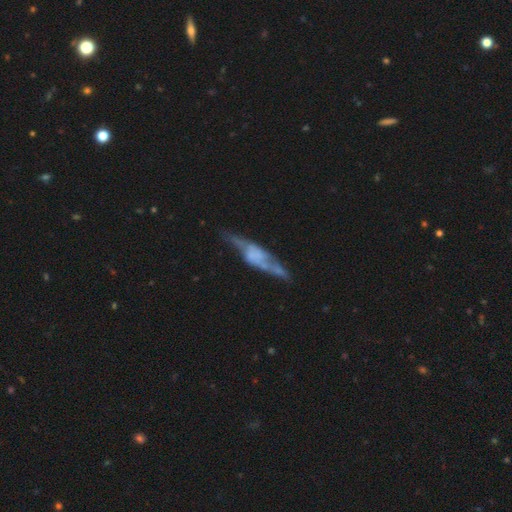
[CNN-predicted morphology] Smooth or featured? Predicted: featured or disk (p=0.71). Edge-on disk? Predicted: yes (p=0.65). Merging? Predicted: none (p=0.52).